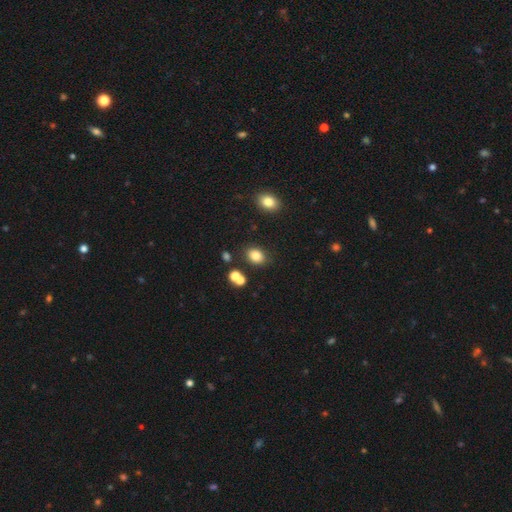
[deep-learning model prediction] smooth-or-featured: smooth: 81% | star or artifact: 12% | featured or disk: 7%
  how-rounded: in between: 60% | round: 39% | cigar-shaped: 1%
  merging: none: 79% | minor disturbance: 11% | merger: 7% | major disturbance: 3%